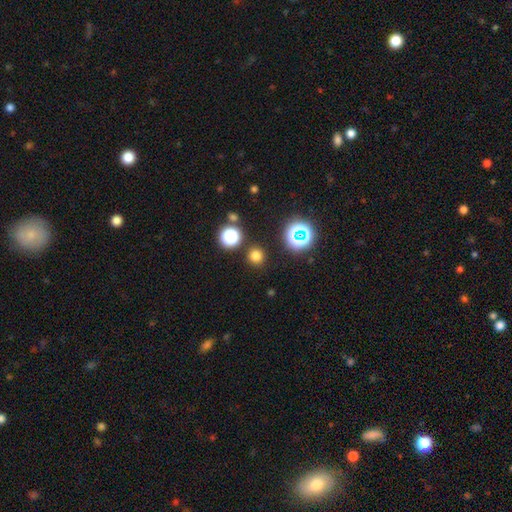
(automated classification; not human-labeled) smooth 73%, star or artifact 22%, featured or disk 5%. Down the decision tree: how rounded — round (93%); merging — none (88%).